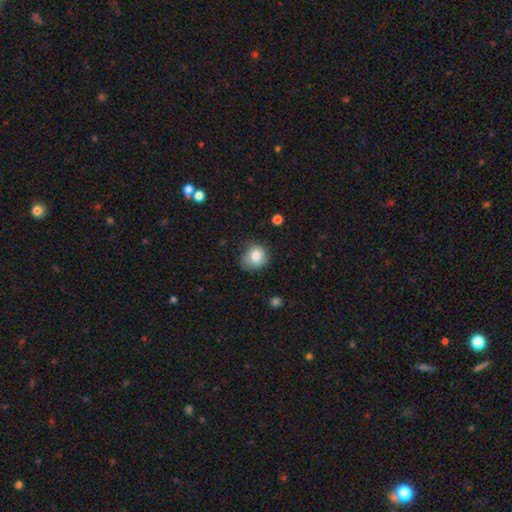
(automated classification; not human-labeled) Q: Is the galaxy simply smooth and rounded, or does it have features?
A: smooth — 80%.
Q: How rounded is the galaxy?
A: round — 74%.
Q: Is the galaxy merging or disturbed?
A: none — 64%.